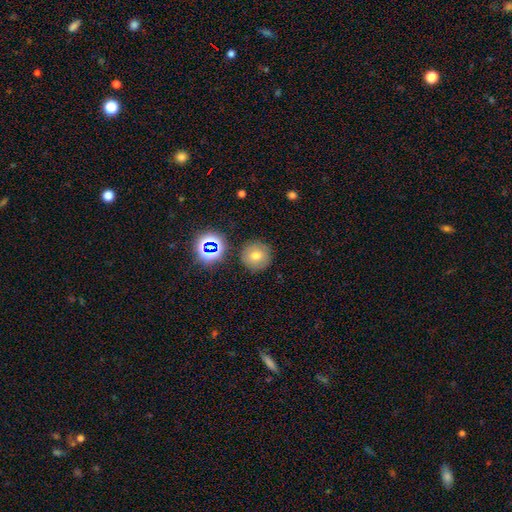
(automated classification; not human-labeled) smooth-or-featured: smooth: 69% | star or artifact: 17% | featured or disk: 13%
  how-rounded: round: 95% | in between: 4% | cigar-shaped: 1%
  merging: none: 86% | minor disturbance: 8% | merger: 3% | major disturbance: 3%